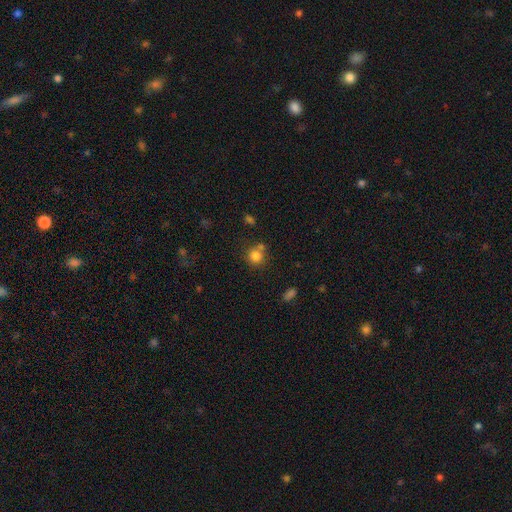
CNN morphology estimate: smooth_or_featured: smooth (p=0.81) [alt: star or artifact p=0.12]
how_rounded: round (p=0.87) [alt: in between p=0.12]
merging: none (p=0.63) [alt: merger p=0.21]